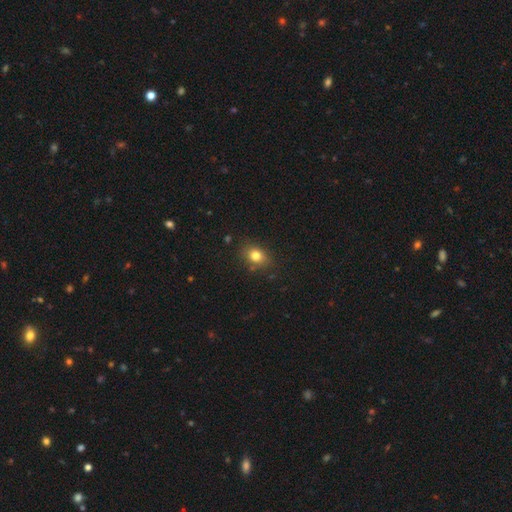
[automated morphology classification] type=smooth (80%); roundness=in between (58%); merging=none (81%).